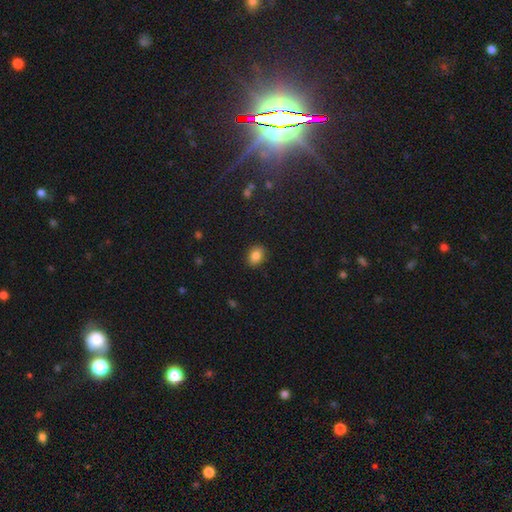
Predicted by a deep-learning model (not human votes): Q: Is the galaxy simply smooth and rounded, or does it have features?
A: smooth — 84%.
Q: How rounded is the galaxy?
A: in between — 64%.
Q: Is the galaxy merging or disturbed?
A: none — 88%.